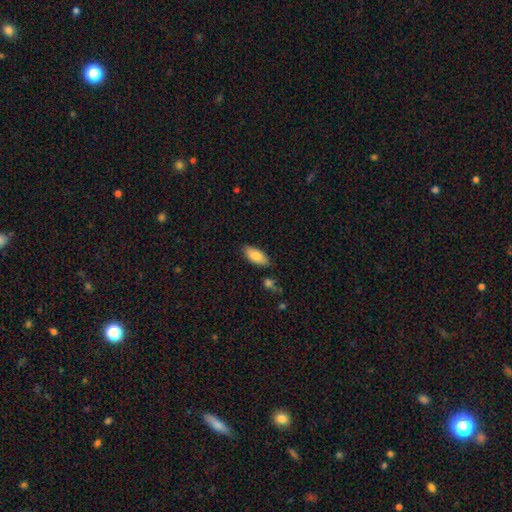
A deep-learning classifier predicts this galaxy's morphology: smooth_or_featured: smooth (p=0.83) [alt: featured or disk p=0.11]
how_rounded: in between (p=0.88) [alt: cigar-shaped p=0.10]
merging: none (p=0.83) [alt: minor disturbance p=0.12]